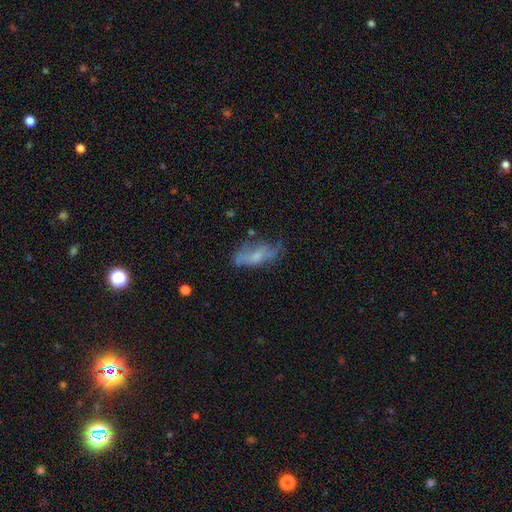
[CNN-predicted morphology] smooth-or-featured: smooth: 48% | featured or disk: 43% | star or artifact: 9%
  merging: none: 49% | minor disturbance: 30% | major disturbance: 18% | merger: 4%